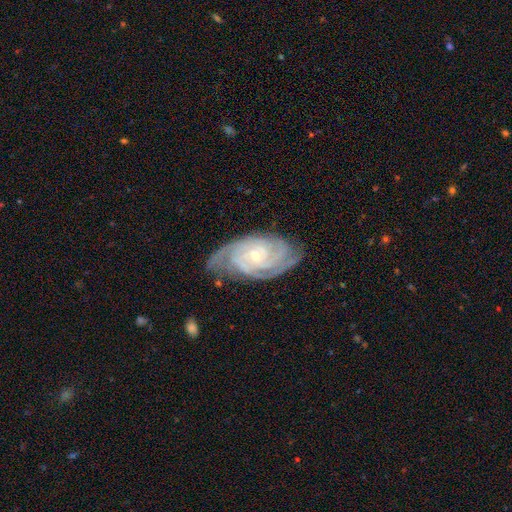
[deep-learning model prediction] Smooth or featured: featured or disk — 90% (star or artifact — 5%)
Edge-on disk: no — 96% (yes — 4%)
Bar: no — 68% (weak — 24%)
Spiral arms: yes — 98% (no — 2%)
Spiral winding: tight — 76% (medium — 21%)
Spiral arm count: 3 — 31% (4 — 24%)
Bulge size: small — 70% (moderate — 27%)
Merging: none — 74% (minor disturbance — 19%)